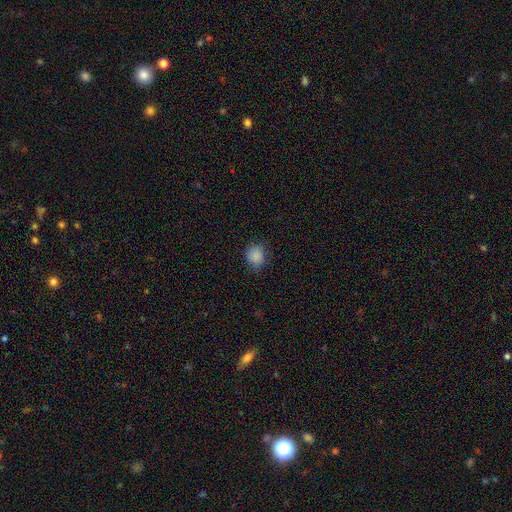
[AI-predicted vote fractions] smooth-or-featured: smooth: 87% | star or artifact: 9% | featured or disk: 4%
  how-rounded: round: 73% | in between: 26% | cigar-shaped: 1%
  merging: none: 77% | minor disturbance: 18% | major disturbance: 4% | merger: 1%